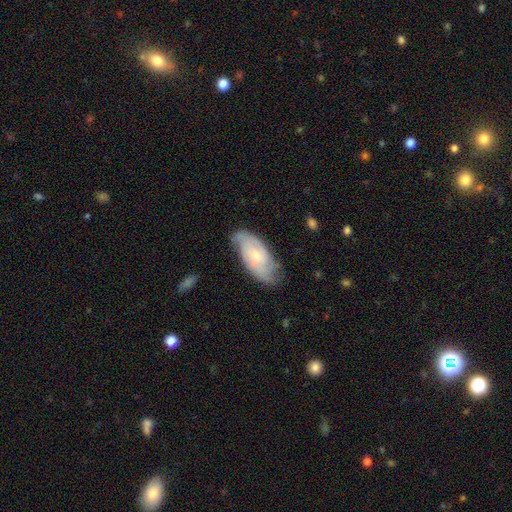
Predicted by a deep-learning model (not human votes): Smooth or featured? featured or disk (70%)
Edge-on disk? no (93%)
Bar? no (62%)
Spiral arms? yes (91%)
Spiral winding? tight (46%)
Spiral arm count? 2 (54%)
Bulge size? small (66%)
Merging? none (70%)